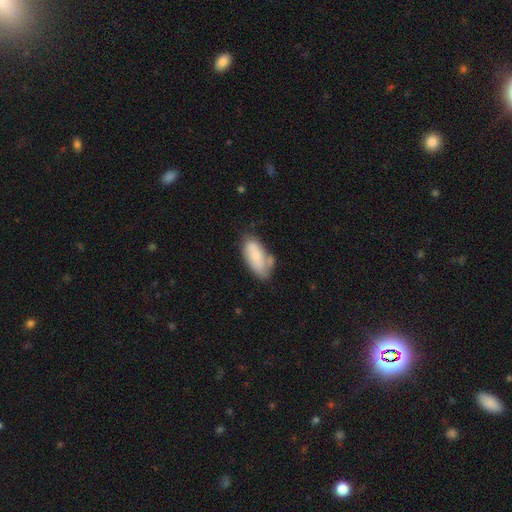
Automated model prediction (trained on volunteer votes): A smooth galaxy with no disk features (66%) that is in between round and cigar-shaped (89%). Merging: none (49%).